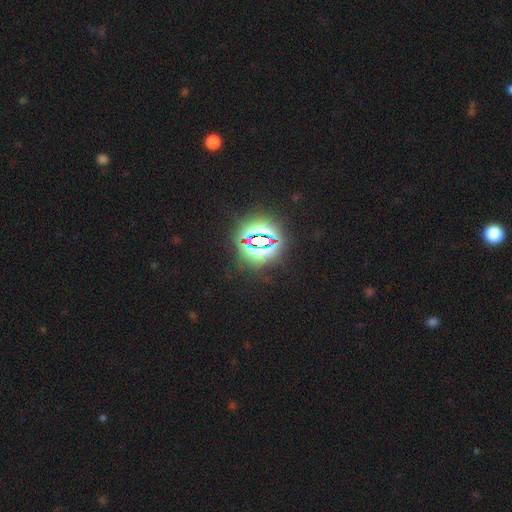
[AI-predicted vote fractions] Smooth or featured: star or artifact — 84% (smooth — 11%)